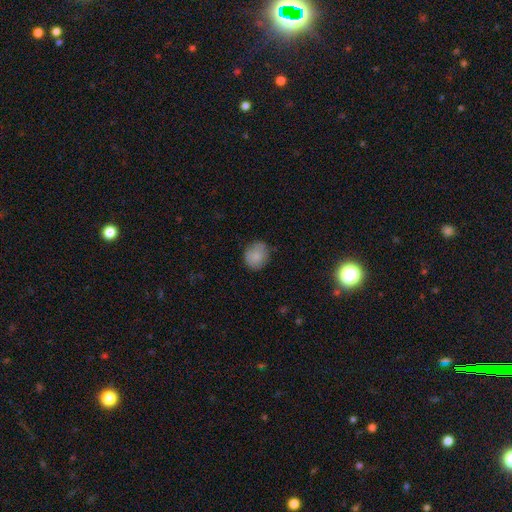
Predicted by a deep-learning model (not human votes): Smooth or featured? Predicted: smooth (p=0.81). How rounded? Predicted: round (p=0.74). Merging? Predicted: none (p=0.75).